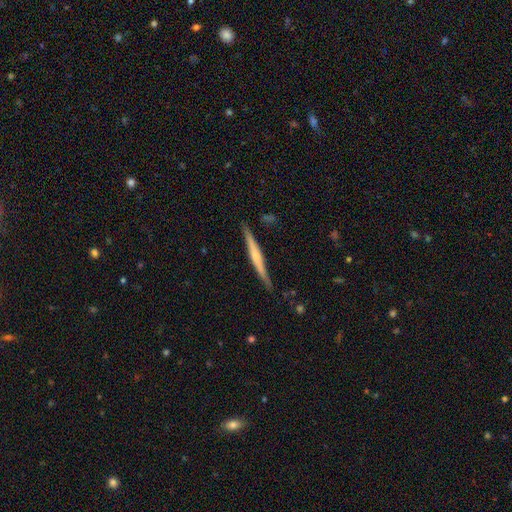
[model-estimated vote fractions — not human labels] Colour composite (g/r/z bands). It shows a featured or disk galaxy (68%) viewed edge-on (97%) with a rounded central bulge (67%). Merging: none (87%).